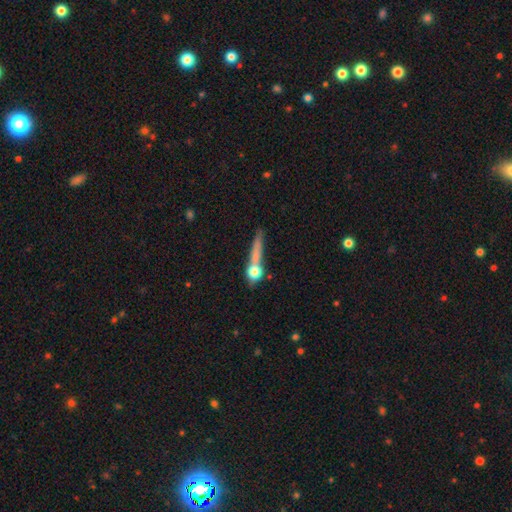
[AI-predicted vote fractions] Smooth or featured? Predicted: smooth (p=0.56). How rounded? Predicted: cigar-shaped (p=0.57). Merging? Predicted: none (p=0.51).